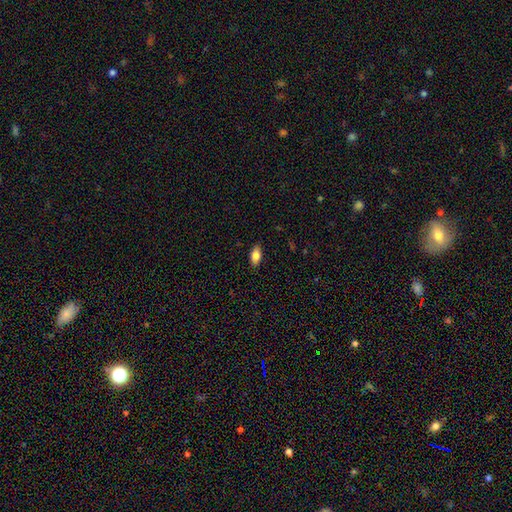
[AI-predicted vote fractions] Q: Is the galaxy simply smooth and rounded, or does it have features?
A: smooth — 82%.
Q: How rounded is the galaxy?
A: in between — 90%.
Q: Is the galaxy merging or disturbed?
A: none — 87%.